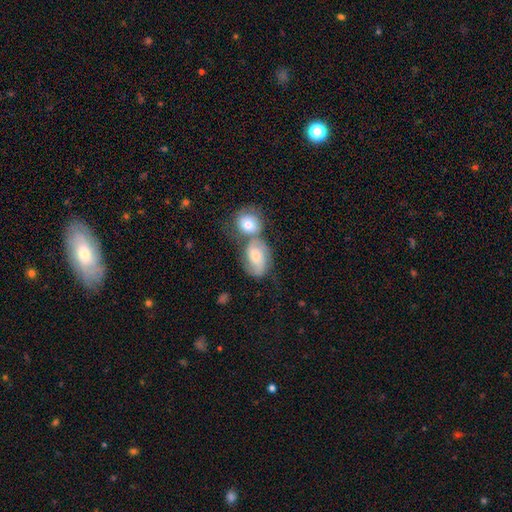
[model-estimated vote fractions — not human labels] Overall: featured or disk (57%; smooth 35%). Edge-on disk: no (96%). Bar: no (52%; weak 37%). Spiral arms: yes (87%). Bulge size: moderate (57%; small 34%). Merging: merger (53%; none 30%).